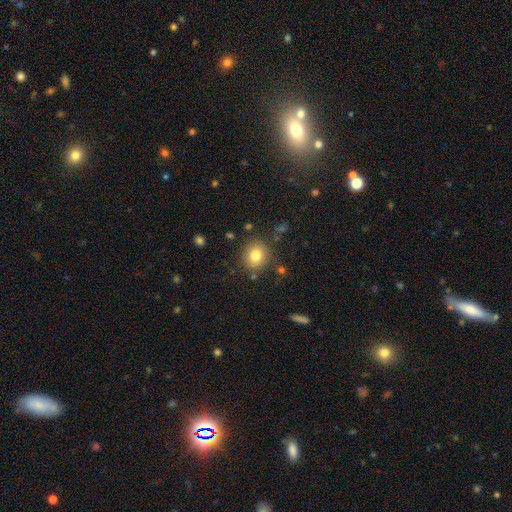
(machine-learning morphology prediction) Smooth or featured?
  - smooth: 80% *
  - star or artifact: 11%
  - featured or disk: 9%
How rounded?
  - round: 79% *
  - in between: 20%
  - cigar-shaped: 1%
Merging?
  - none: 83% *
  - minor disturbance: 10%
  - major disturbance: 3%
  - merger: 3%